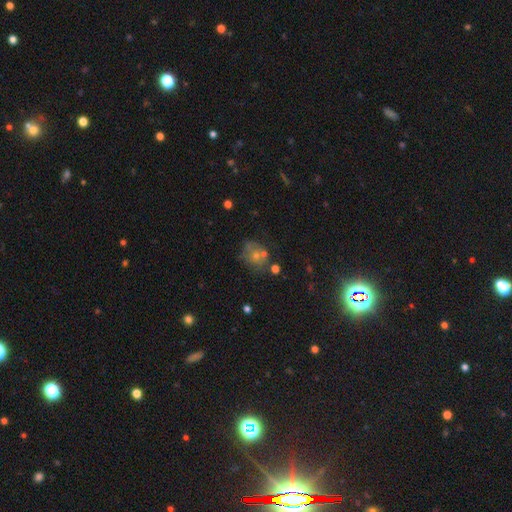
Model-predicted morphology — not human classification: smooth-or-featured: star or artifact: 39% | smooth: 37% | featured or disk: 24%